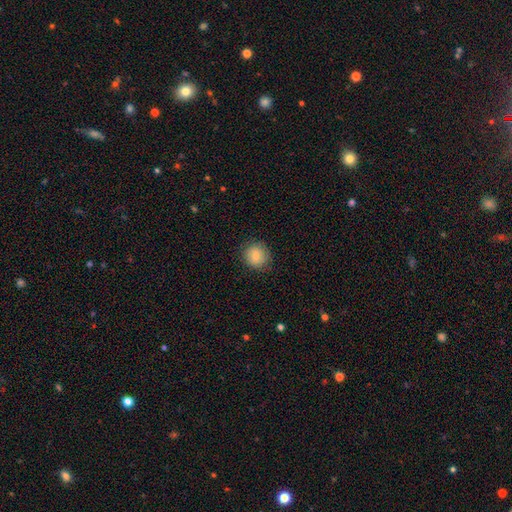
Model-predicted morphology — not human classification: smooth-or-featured: smooth: 84% | star or artifact: 8% | featured or disk: 8%
  how-rounded: round: 88% | in between: 11% | cigar-shaped: 1%
  merging: none: 85% | minor disturbance: 11% | major disturbance: 3% | merger: 1%